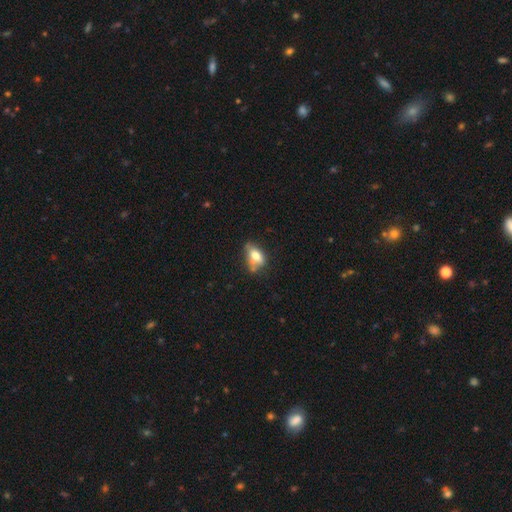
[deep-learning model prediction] The model was most divided on "merging": none: 40%, minor disturbance: 32%, merger: 14%, major disturbance: 14%. More confident: how rounded — in between (83%); smooth or featured — smooth (69%).